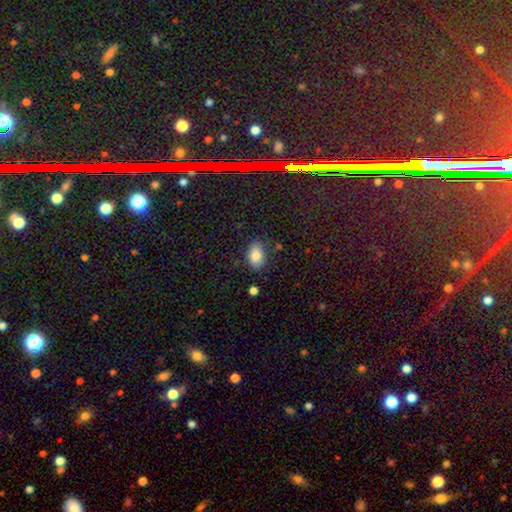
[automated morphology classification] Smooth or featured? smooth (83%)
How rounded? in between (88%)
Merging? none (81%)